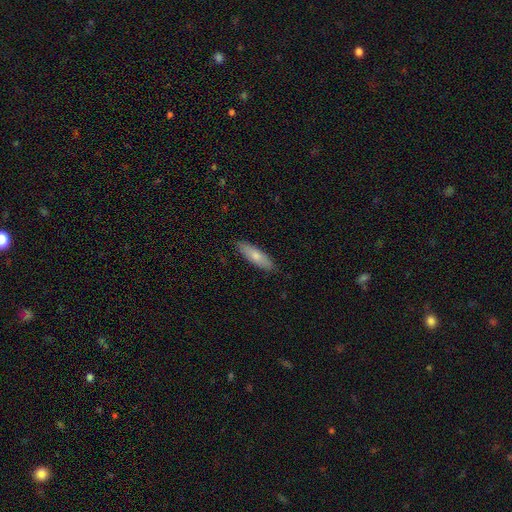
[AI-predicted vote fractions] This appears to be a smooth galaxy with no disk features (74%) that is cigar-shaped (55%). Merging: none (88%).